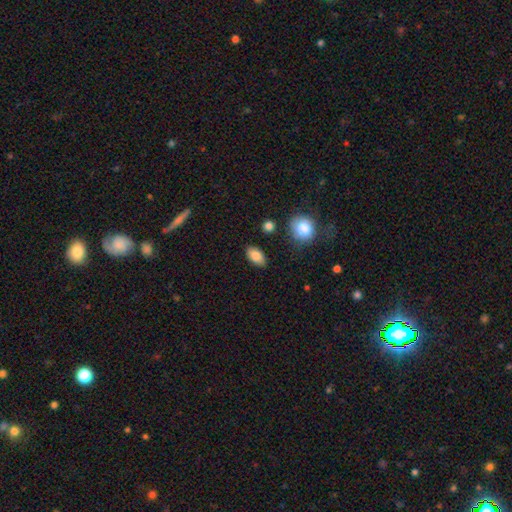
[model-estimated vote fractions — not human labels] Smooth or featured: smooth — 86% (star or artifact — 8%)
How rounded: in between — 91% (round — 6%)
Merging: none — 85% (minor disturbance — 11%)